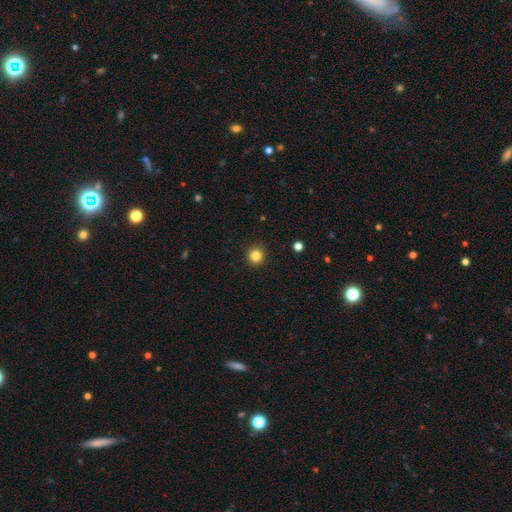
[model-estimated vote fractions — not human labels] Morphology: type=smooth (84%); roundness=round (93%); merging=none (91%).